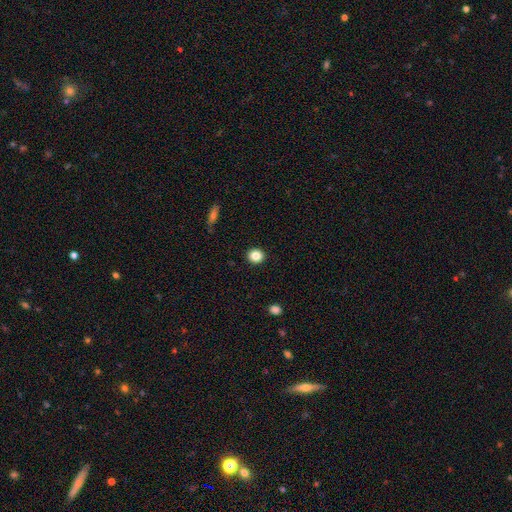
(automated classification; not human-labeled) This is clearly a smooth galaxy (85%). How rounded: clearly round (85%). Merging: clearly none (92%).